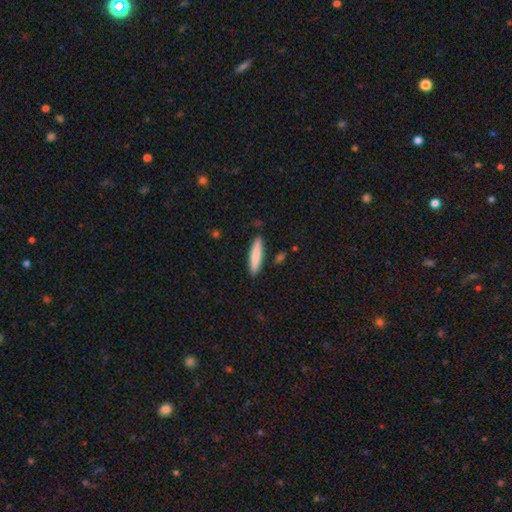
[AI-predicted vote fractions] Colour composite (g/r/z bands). It shows a smooth galaxy with no disk features (81%) that is cigar-shaped (87%). Merging: none (88%).